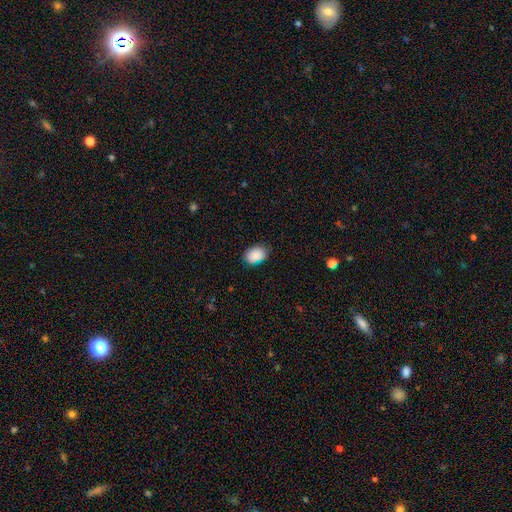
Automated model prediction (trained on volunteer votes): A smooth galaxy with no disk features (88%) that is in between round and cigar-shaped (79%).

Vote fractions:
- Smooth or featured? smooth: 88% / star or artifact: 8% / featured or disk: 4%
- How rounded? in between: 79% / round: 20% / cigar-shaped: 1%
- Merging? none: 79% / minor disturbance: 17% / major disturbance: 3% / merger: 2%